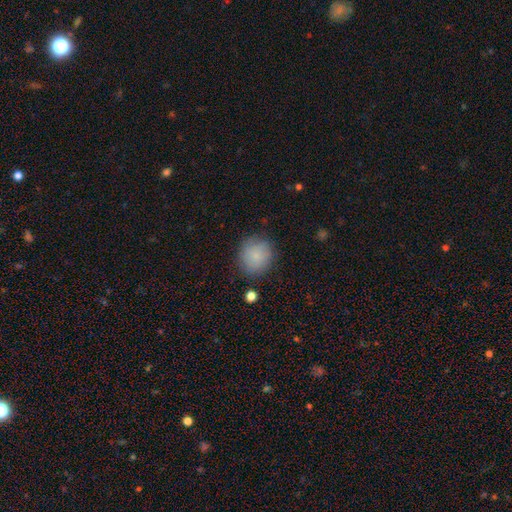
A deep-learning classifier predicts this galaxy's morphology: Smooth or featured? Predicted: smooth (p=0.84). How rounded? Predicted: round (p=0.88). Merging? Predicted: none (p=0.83).